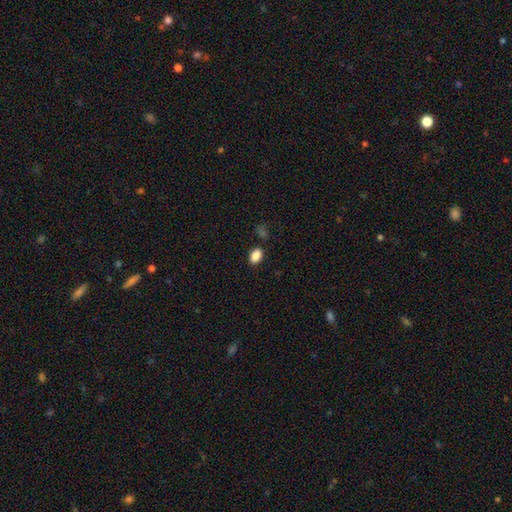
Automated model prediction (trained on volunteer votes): smooth_or_featured: smooth (p=0.87) [alt: star or artifact p=0.09]
how_rounded: in between (p=0.87) [alt: round p=0.11]
merging: none (p=0.84) [alt: minor disturbance p=0.10]